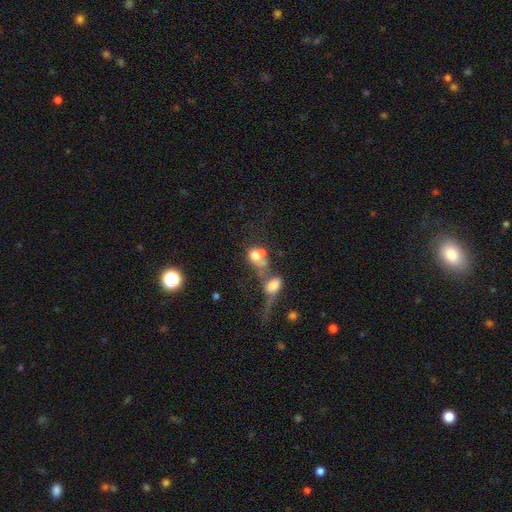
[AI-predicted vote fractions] smooth 61%, featured or disk 26%, star or artifact 13%. Down the decision tree: how rounded — in between (53%); merging — merger (61%).